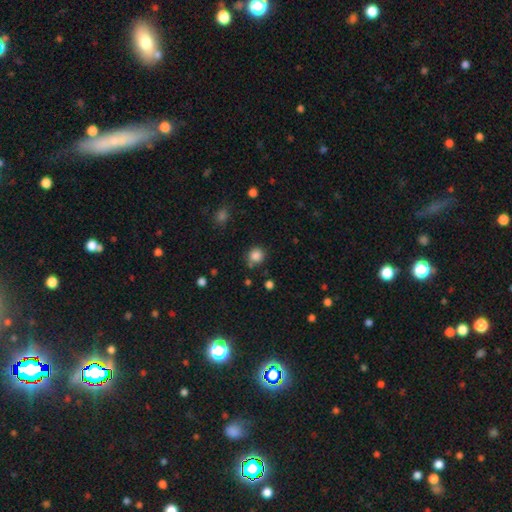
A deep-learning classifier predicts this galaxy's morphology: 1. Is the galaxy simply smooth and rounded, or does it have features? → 85% smooth, 11% star or artifact, 4% featured or disk.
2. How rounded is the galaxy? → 88% round, 11% in between, 1% cigar-shaped.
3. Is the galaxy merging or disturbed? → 76% none, 14% minor disturbance, 6% merger, 4% major disturbance.